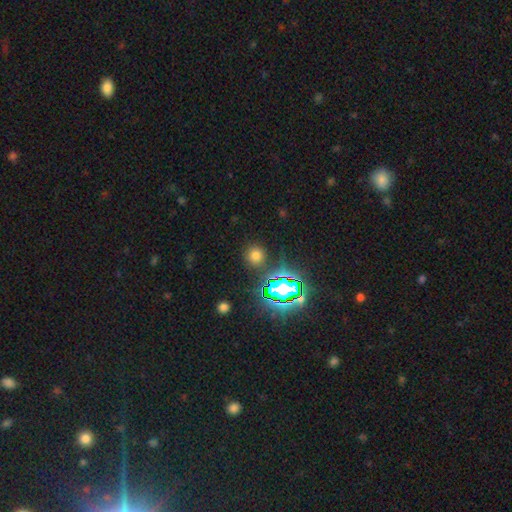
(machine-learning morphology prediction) Smooth or featured? smooth (63%)
How rounded? round (91%)
Merging? none (85%)